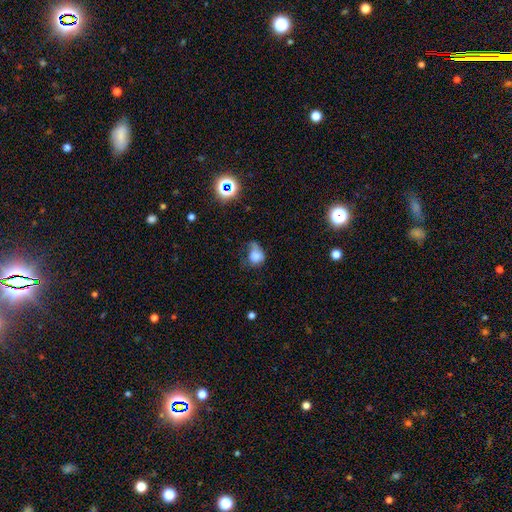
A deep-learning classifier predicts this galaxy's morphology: Smooth or featured? smooth (72%)
How rounded? in between (55%)
Merging? major disturbance (35%)